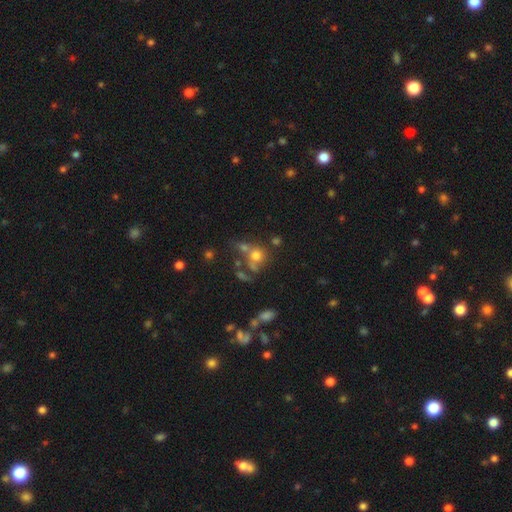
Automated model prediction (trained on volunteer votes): A smooth galaxy with no disk features (67%) that is round (79%). Merging: none (39%).